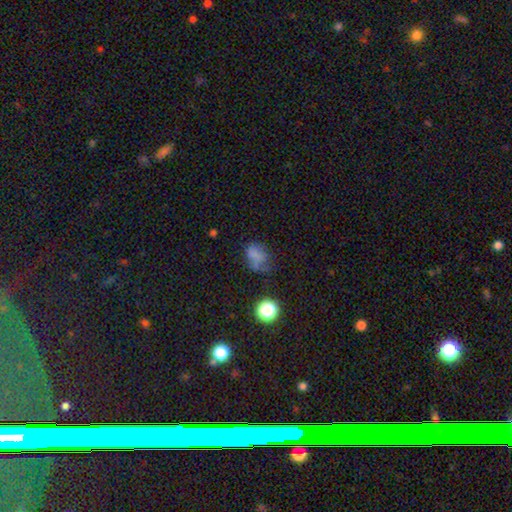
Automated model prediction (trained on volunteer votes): A smooth galaxy with no disk features (63%) that is in between round and cigar-shaped (64%).

Vote fractions:
- Smooth or featured? smooth: 63% / star or artifact: 20% / featured or disk: 16%
- How rounded? in between: 64% / round: 34% / cigar-shaped: 2%
- Merging? none: 44% / minor disturbance: 28% / major disturbance: 23% / merger: 5%